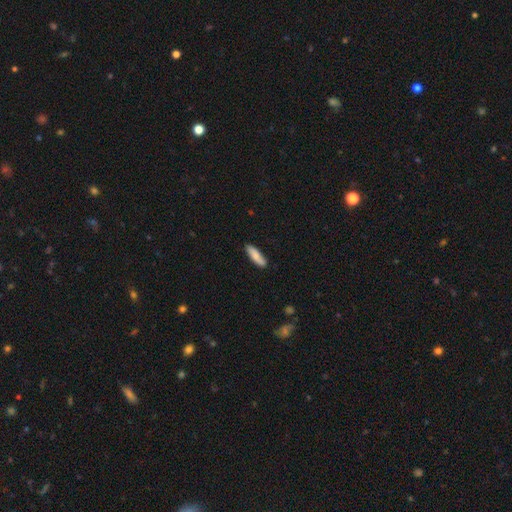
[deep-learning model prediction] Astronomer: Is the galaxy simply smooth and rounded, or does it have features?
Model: smooth — 81%.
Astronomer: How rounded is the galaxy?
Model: cigar-shaped — 64%.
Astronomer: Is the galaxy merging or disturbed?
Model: none — 84%.